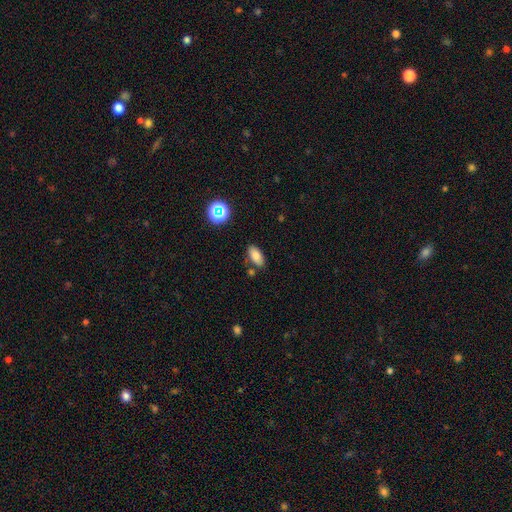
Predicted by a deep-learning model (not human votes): Smooth or featured? Predicted: smooth (p=0.81). How rounded? Predicted: in between (p=0.91). Merging? Predicted: none (p=0.76).